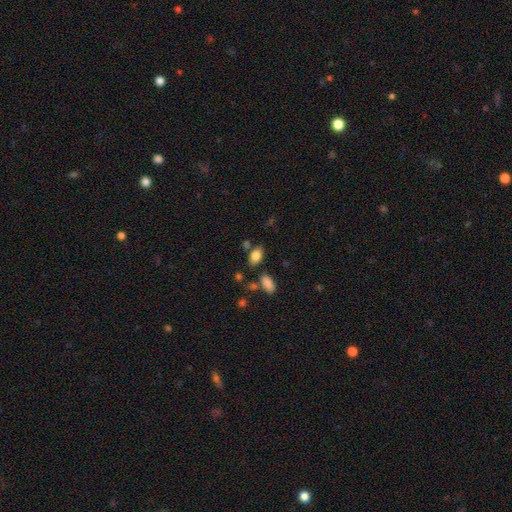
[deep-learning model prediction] A smooth galaxy with no disk features (83%) that is in between round and cigar-shaped (89%).

Vote fractions:
- Smooth or featured? smooth: 83% / star or artifact: 9% / featured or disk: 9%
- How rounded? in between: 89% / round: 8% / cigar-shaped: 3%
- Merging? none: 73% / minor disturbance: 14% / merger: 10% / major disturbance: 4%